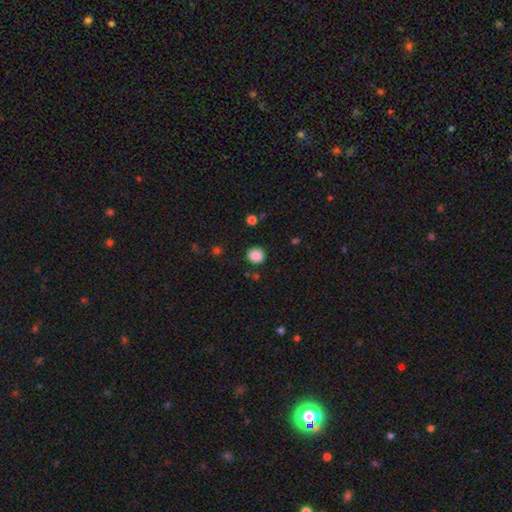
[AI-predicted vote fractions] Smooth or featured: smooth — 88% (star or artifact — 10%)
How rounded: round — 87% (in between — 12%)
Merging: none — 87% (minor disturbance — 8%)